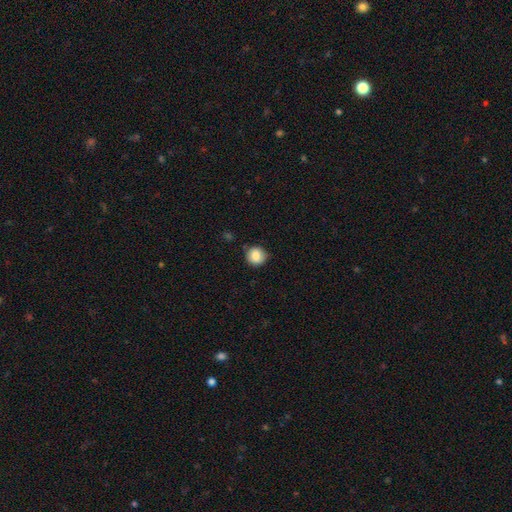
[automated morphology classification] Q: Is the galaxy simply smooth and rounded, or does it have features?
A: smooth — 85%.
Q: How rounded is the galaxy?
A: round — 88%.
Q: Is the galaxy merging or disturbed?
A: none — 78%.